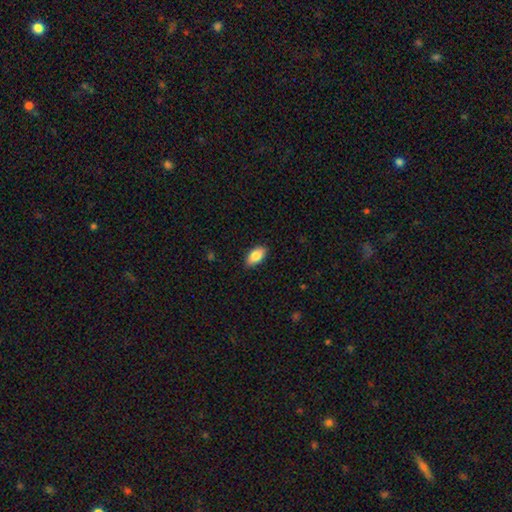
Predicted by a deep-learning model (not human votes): The model was most divided on "smooth or featured": smooth: 83%, featured or disk: 11%, star or artifact: 7%. More confident: how rounded — in between (91%); merging — none (87%).